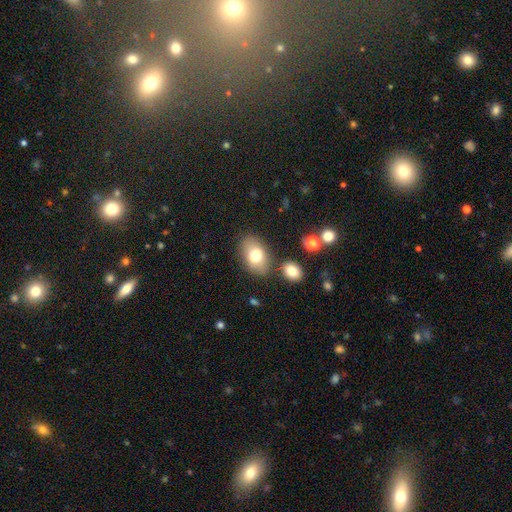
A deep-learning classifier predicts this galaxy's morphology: Smooth or featured: smooth — 75% (featured or disk — 16%)
How rounded: in between — 84% (round — 14%)
Merging: none — 77% (minor disturbance — 12%)